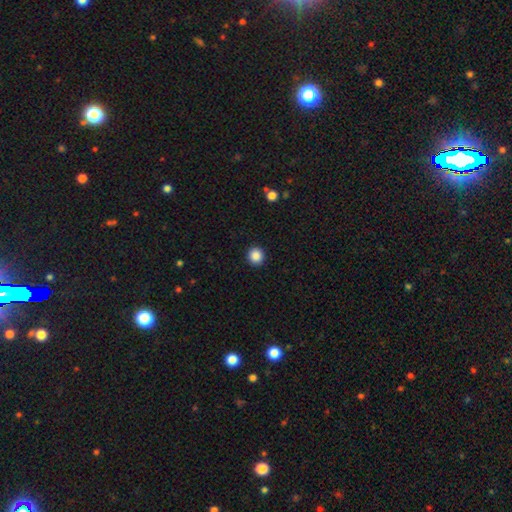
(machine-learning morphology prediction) This appears to be a smooth galaxy with no disk features (87%) that is round (92%). Merging: none (92%).